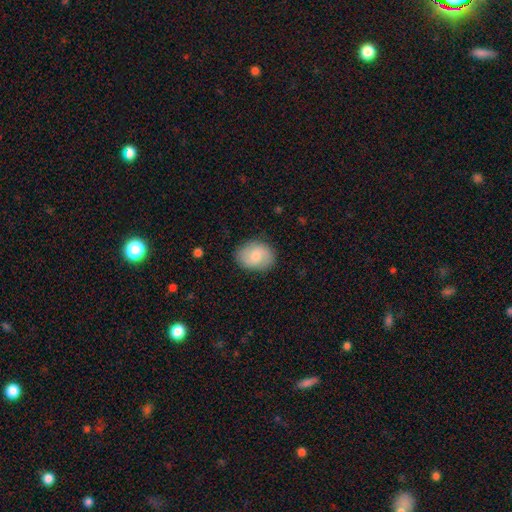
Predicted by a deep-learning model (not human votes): Smooth or featured?
  - smooth: 69% *
  - featured or disk: 24%
  - star or artifact: 6%
How rounded?
  - in between: 63% *
  - round: 36%
  - cigar-shaped: 1%
Merging?
  - none: 83% *
  - minor disturbance: 13%
  - major disturbance: 3%
  - merger: 1%